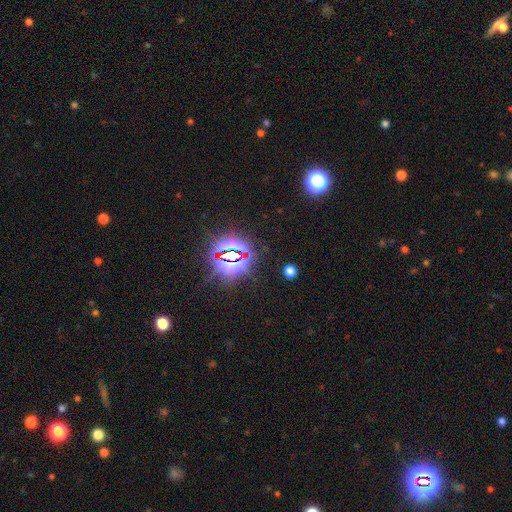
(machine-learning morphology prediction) star or artifact 83%, smooth 10%, featured or disk 6%.